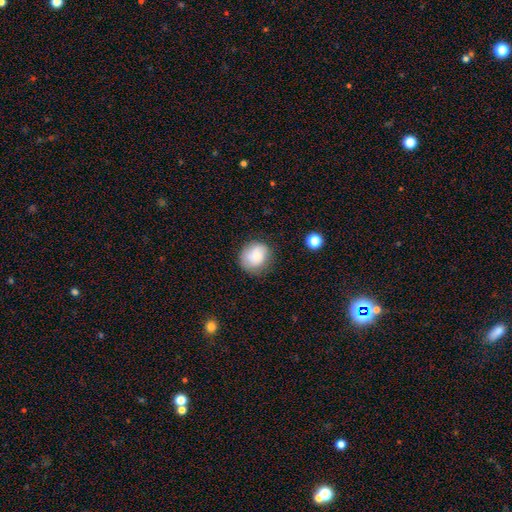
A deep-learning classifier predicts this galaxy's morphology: smooth_or_featured: smooth (p=0.76) [alt: featured or disk p=0.15]
how_rounded: round (p=0.77) [alt: in between p=0.22]
merging: none (p=0.76) [alt: minor disturbance p=0.17]